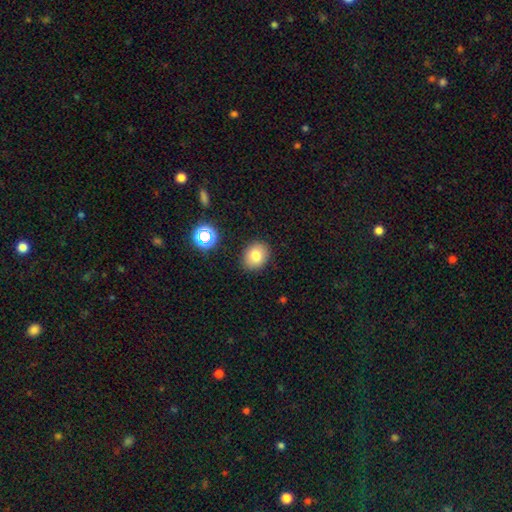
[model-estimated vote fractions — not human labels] A smooth galaxy with no disk features (78%) that is round (55%).

Vote fractions:
- Smooth or featured? smooth: 78% / star or artifact: 12% / featured or disk: 10%
- How rounded? round: 55% / in between: 44% / cigar-shaped: 1%
- Merging? none: 88% / minor disturbance: 8% / major disturbance: 2% / merger: 2%